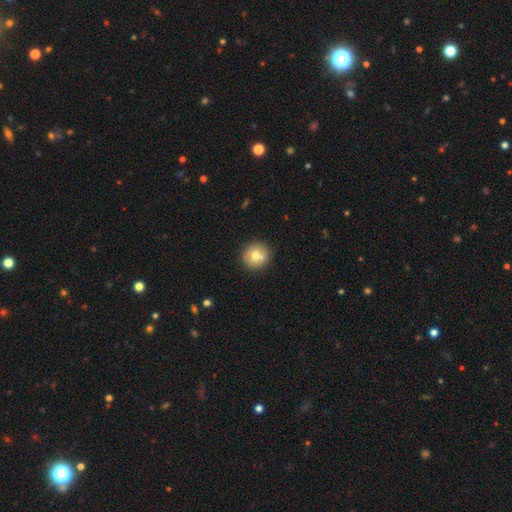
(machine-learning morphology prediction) Smooth or featured?
  - smooth: 71% *
  - featured or disk: 19%
  - star or artifact: 10%
How rounded?
  - round: 92% *
  - in between: 7%
  - cigar-shaped: 1%
Merging?
  - none: 72% *
  - merger: 17%
  - minor disturbance: 9%
  - major disturbance: 2%